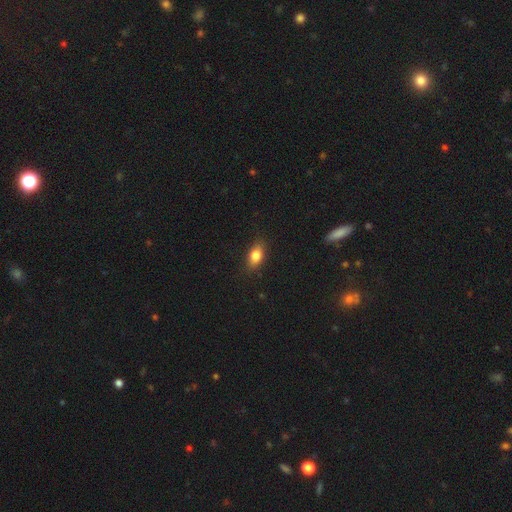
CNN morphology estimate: smooth-or-featured: smooth: 81% | featured or disk: 10% | star or artifact: 9%
  how-rounded: in between: 80% | round: 14% | cigar-shaped: 6%
  merging: none: 84% | minor disturbance: 12% | major disturbance: 3% | merger: 1%